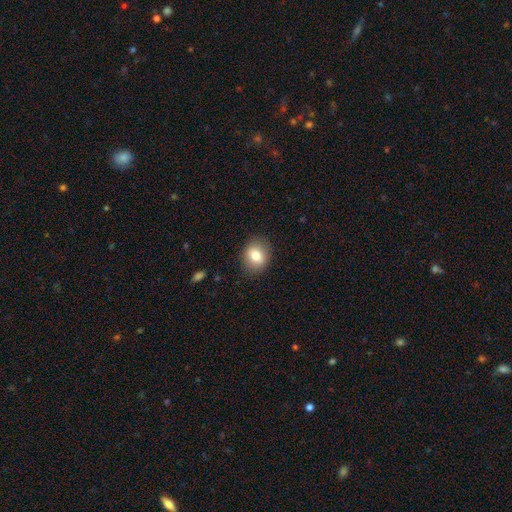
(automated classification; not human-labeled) smooth_or_featured: smooth (p=0.80) [alt: featured or disk p=0.12]
how_rounded: round (p=0.57) [alt: in between p=0.42]
merging: none (p=0.86) [alt: minor disturbance p=0.11]